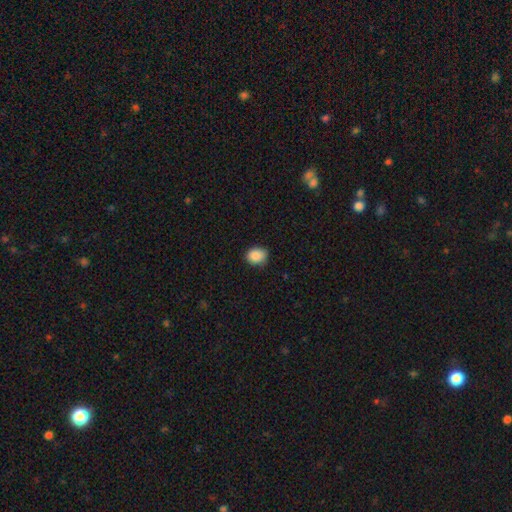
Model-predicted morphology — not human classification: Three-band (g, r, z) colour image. It shows a smooth galaxy with no disk features (89%) that is round (52%). Merging: none (80%).